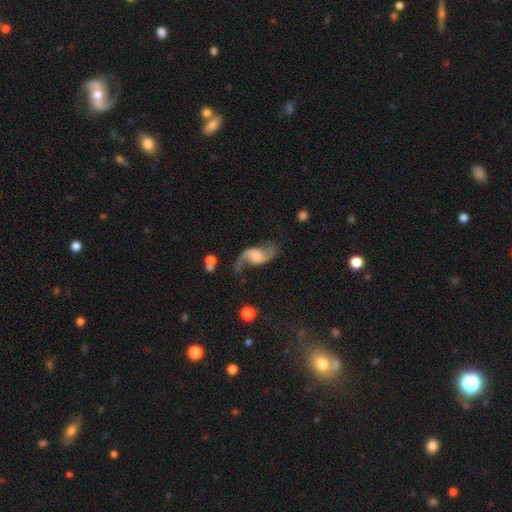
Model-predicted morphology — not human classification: featured or disk 85%, smooth 9%, star or artifact 6%. Down the decision tree: edge-on disk — no (97%); bar — no (50%); spiral arms — yes (95%); spiral arm count — 2 (92%); spiral winding — loose (85%); bulge size — none (37%); merging — none (63%).